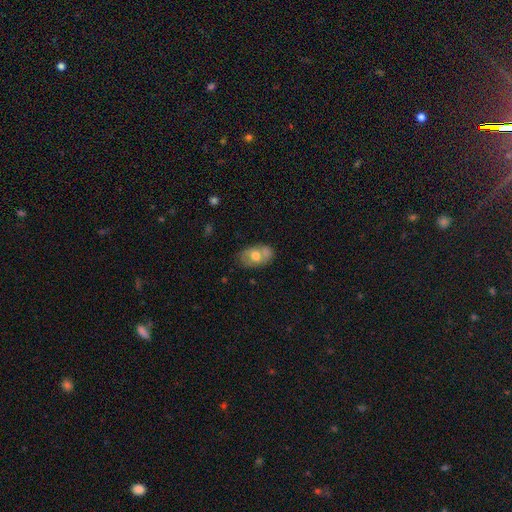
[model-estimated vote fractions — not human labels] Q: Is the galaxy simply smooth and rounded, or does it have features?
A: smooth — 58%.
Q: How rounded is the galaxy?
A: in between — 84%.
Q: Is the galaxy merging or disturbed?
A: none — 54%.